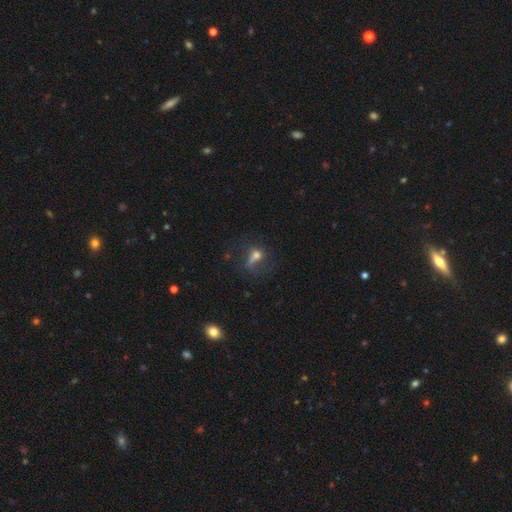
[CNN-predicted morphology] A smooth galaxy with no disk features (48%).

Vote fractions:
- Smooth or featured? smooth: 48% / featured or disk: 34% / star or artifact: 18%
- Merging? none: 38% / major disturbance: 34% / minor disturbance: 18% / merger: 10%